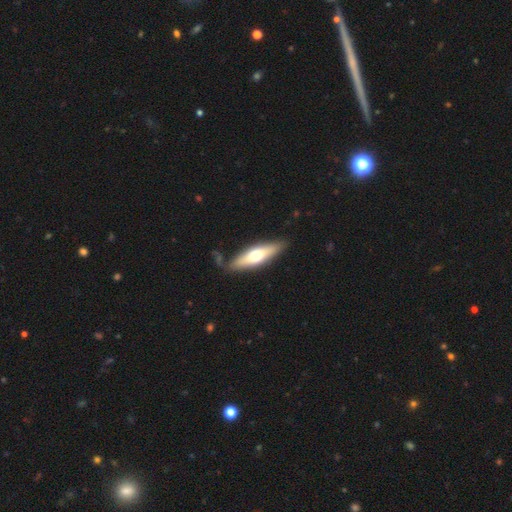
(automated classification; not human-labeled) This appears to be a smooth galaxy with no disk features (51%) that is cigar-shaped (60%). Merging: none (79%).